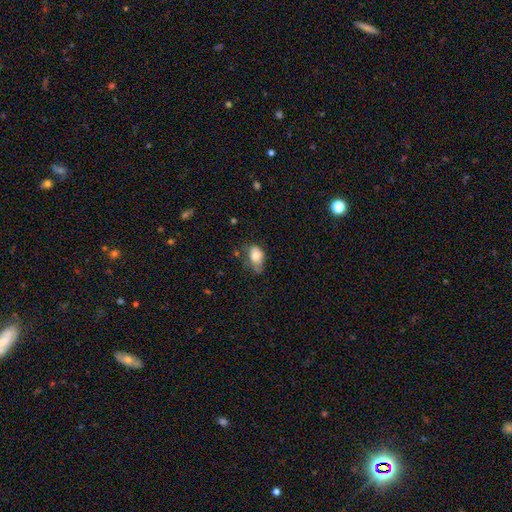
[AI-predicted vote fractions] smooth-or-featured: smooth: 77% | featured or disk: 14% | star or artifact: 9%
  how-rounded: in between: 81% | round: 17% | cigar-shaped: 2%
  merging: minor disturbance: 40% | none: 34% | major disturbance: 21% | merger: 5%